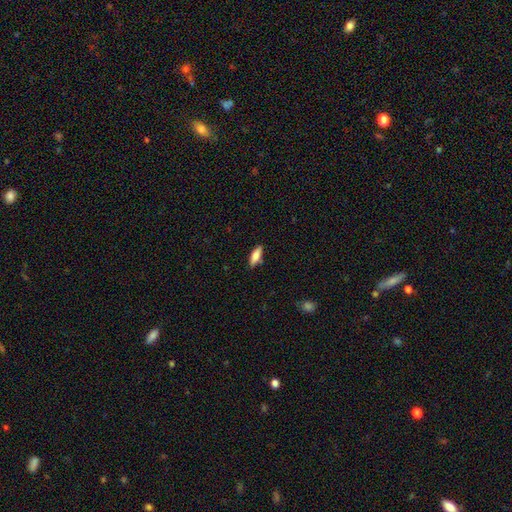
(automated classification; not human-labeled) Smooth or featured? smooth (78%)
How rounded? in between (61%)
Merging? none (85%)